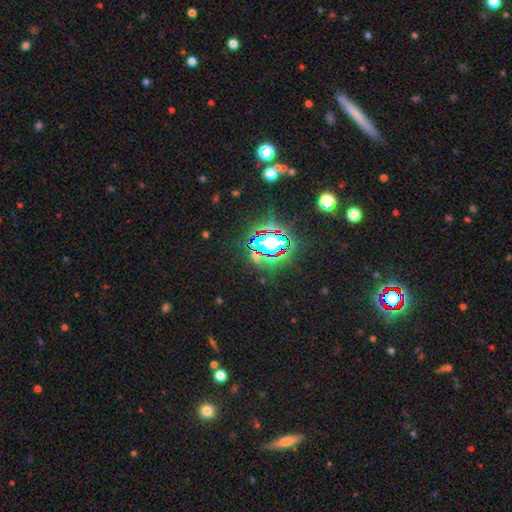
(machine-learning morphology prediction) This is likely a star or artifact rather than a galaxy (69%).